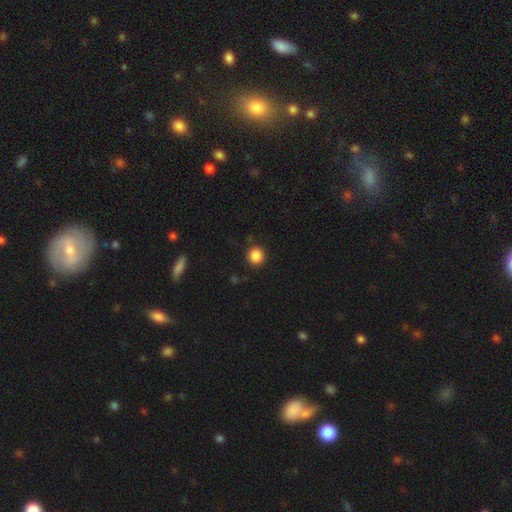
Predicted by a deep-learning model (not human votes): Smooth or featured? Predicted: smooth (p=0.87). How rounded? Predicted: round (p=0.91). Merging? Predicted: none (p=0.89).